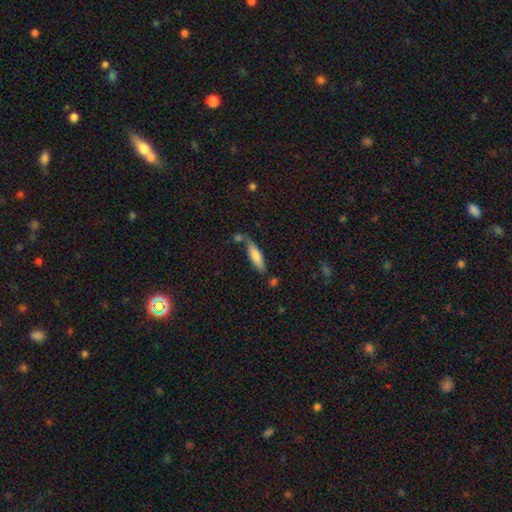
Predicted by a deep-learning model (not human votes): Smooth or featured? smooth (73%)
How rounded? cigar-shaped (64%)
Merging? none (58%)